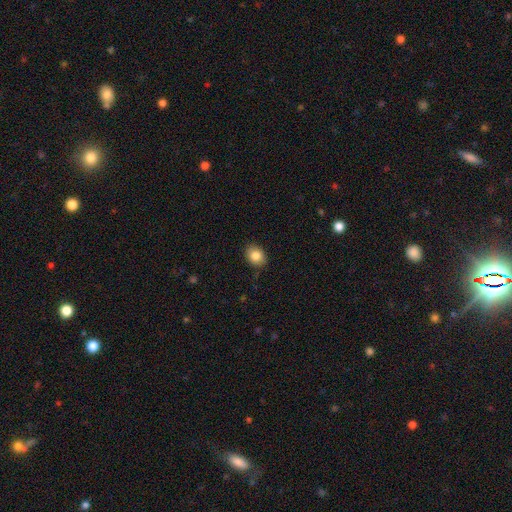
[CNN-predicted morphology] smooth_or_featured: smooth (p=0.84) [alt: star or artifact p=0.09]
how_rounded: in between (p=0.59) [alt: round p=0.40]
merging: none (p=0.87) [alt: minor disturbance p=0.10]